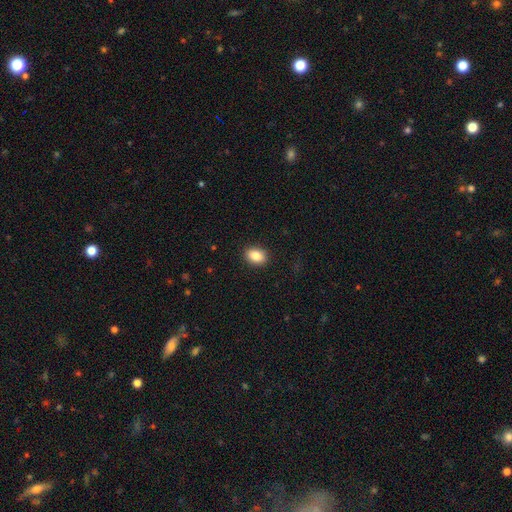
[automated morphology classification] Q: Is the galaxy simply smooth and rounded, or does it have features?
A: smooth — 87%.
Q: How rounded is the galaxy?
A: in between — 77%.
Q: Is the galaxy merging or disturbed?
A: none — 90%.